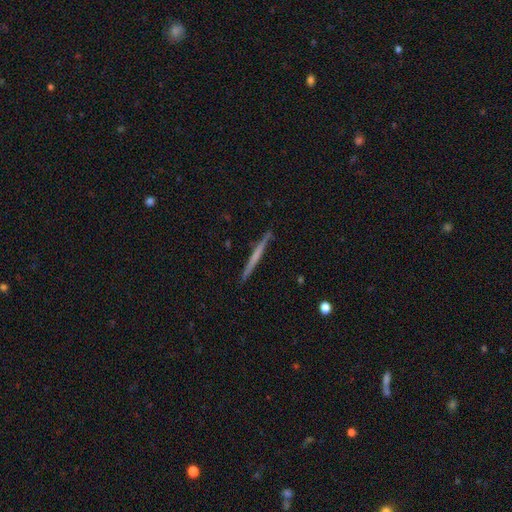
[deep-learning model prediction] Smooth or featured?
  - featured or disk: 52% *
  - smooth: 43%
  - star or artifact: 6%
Edge-on disk?
  - yes: 98% *
  - no: 2%
Edge-on bulge?
  - none: 83% *
  - rounded: 11%
  - boxy: 6%
Merging?
  - none: 91% *
  - minor disturbance: 6%
  - major disturbance: 1%
  - merger: 1%